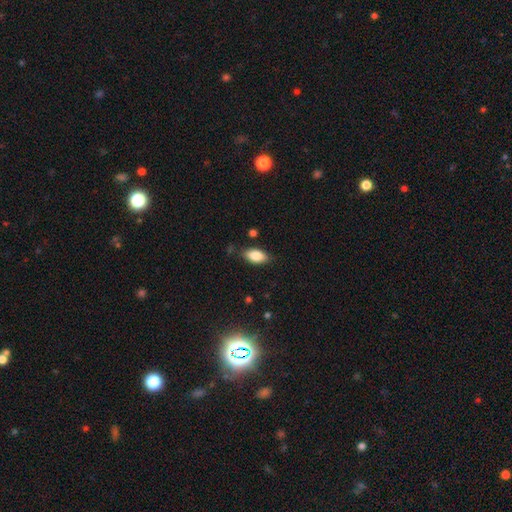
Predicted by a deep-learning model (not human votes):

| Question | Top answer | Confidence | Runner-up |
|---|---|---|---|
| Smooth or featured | smooth | 85% | featured or disk (8%) |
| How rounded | in between | 91% | cigar-shaped (6%) |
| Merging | none | 80% | minor disturbance (15%) |